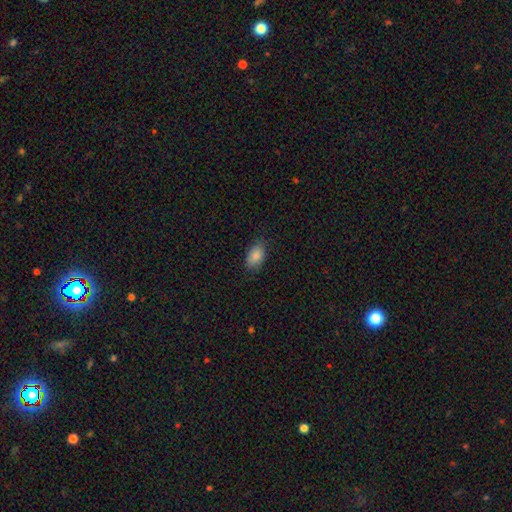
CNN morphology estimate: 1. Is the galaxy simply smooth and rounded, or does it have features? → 87% smooth, 7% star or artifact, 6% featured or disk.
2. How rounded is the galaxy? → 90% in between, 8% round, 2% cigar-shaped.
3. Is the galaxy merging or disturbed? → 80% none, 16% minor disturbance, 3% major disturbance, 1% merger.